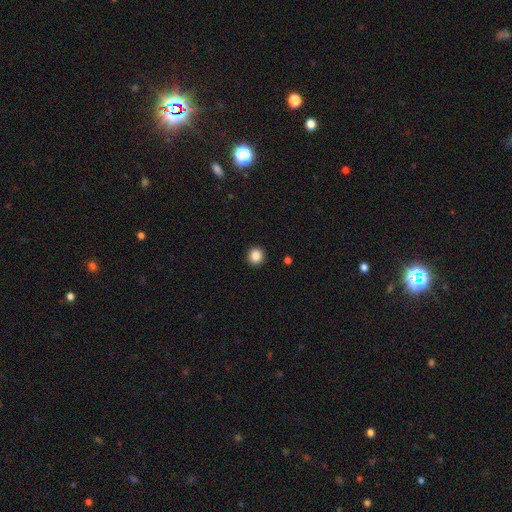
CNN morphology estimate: This appears to be a smooth galaxy with no disk features (87%) that is round (92%). Merging: none (93%).